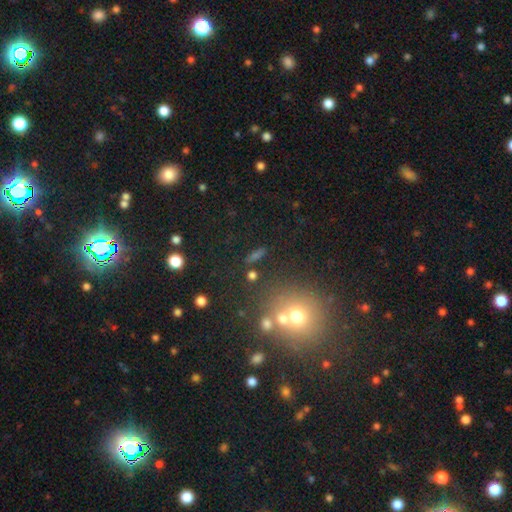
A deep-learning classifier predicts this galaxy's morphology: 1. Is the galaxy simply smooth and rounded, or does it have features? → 49% smooth, 34% star or artifact, 17% featured or disk.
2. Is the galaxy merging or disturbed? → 76% none, 10% merger, 9% minor disturbance, 5% major disturbance.